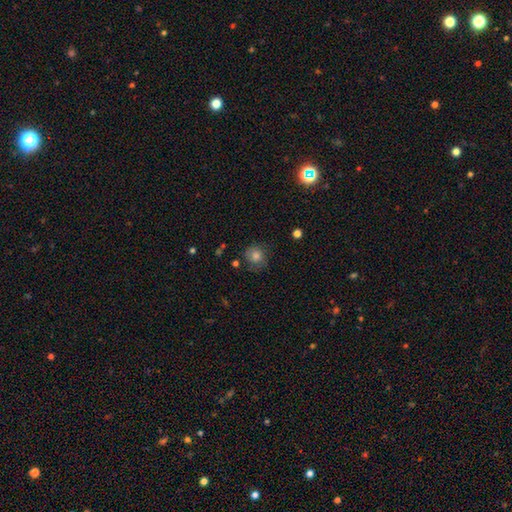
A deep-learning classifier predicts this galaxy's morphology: Overall: smooth (72%). How rounded: round (87%). Merging: none (72%).